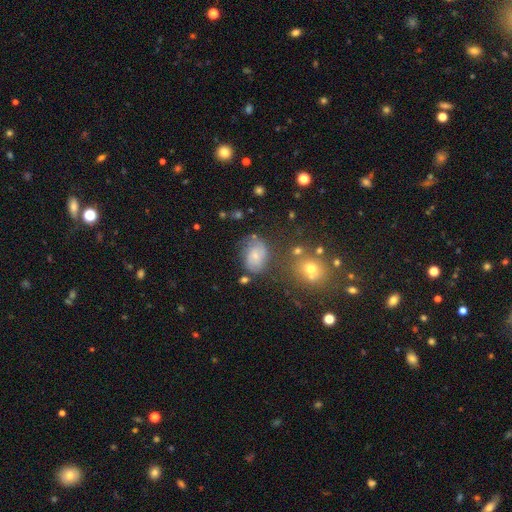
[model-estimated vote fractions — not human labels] Overall: featured or disk (50%; smooth 37%). Merging: none (58%; minor disturbance 24%).